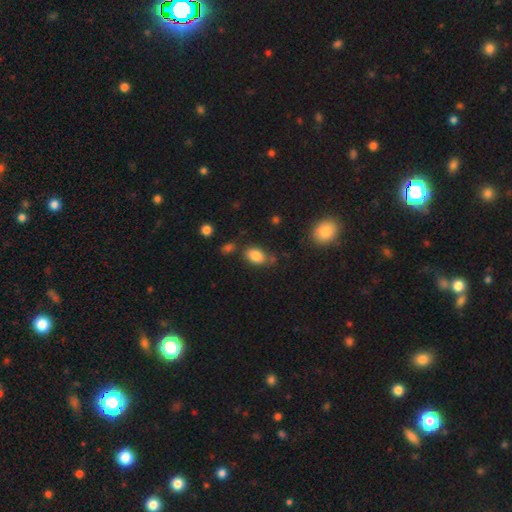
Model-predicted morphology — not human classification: Smooth or featured? Predicted: smooth (p=0.85). How rounded? Predicted: in between (p=0.88). Merging? Predicted: none (p=0.70).